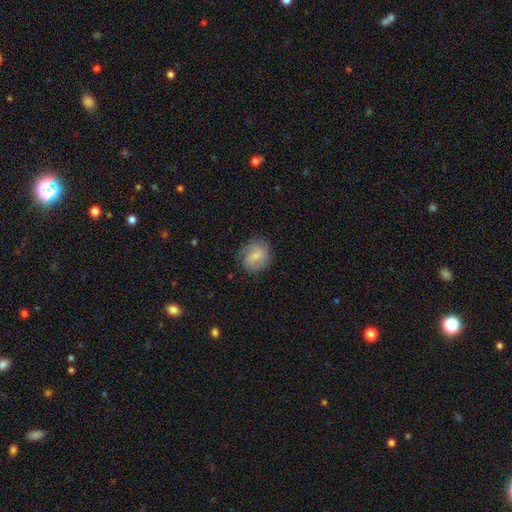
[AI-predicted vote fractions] This is likely a smooth galaxy (70%). How rounded: clearly round (81%). Merging: likely none (76%).